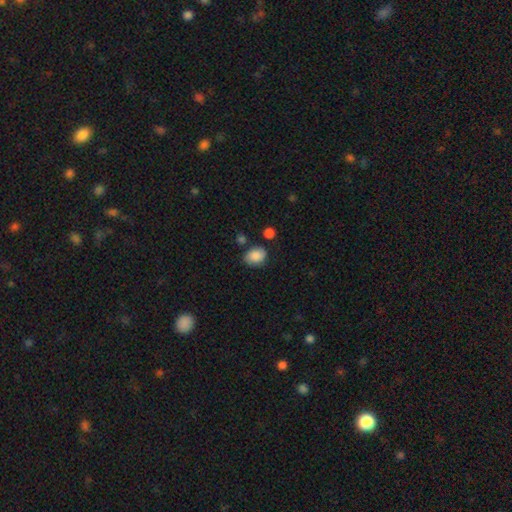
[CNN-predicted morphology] Overall: smooth (87%). How rounded: in between (65%; round 34%). Merging: none (71%).